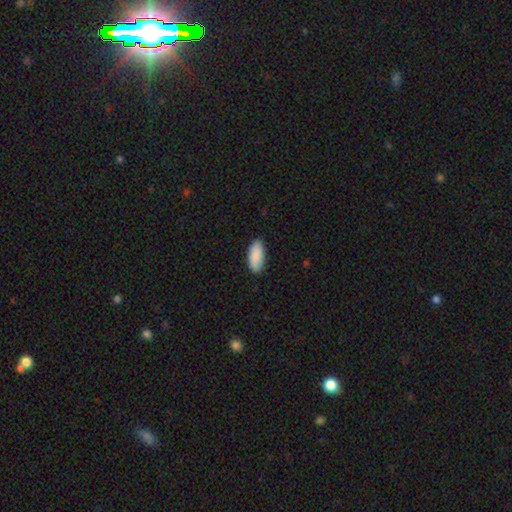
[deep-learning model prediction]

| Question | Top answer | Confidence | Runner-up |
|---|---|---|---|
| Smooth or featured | smooth | 89% | star or artifact (6%) |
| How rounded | in between | 87% | cigar-shaped (11%) |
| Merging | none | 87% | minor disturbance (11%) |